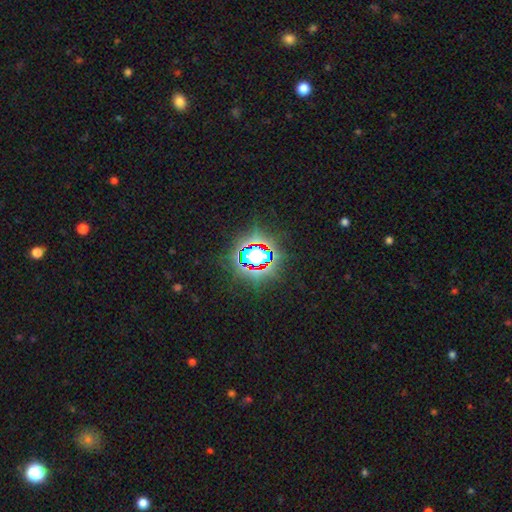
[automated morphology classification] This appears to be a star or artifact, not a galaxy (73%).